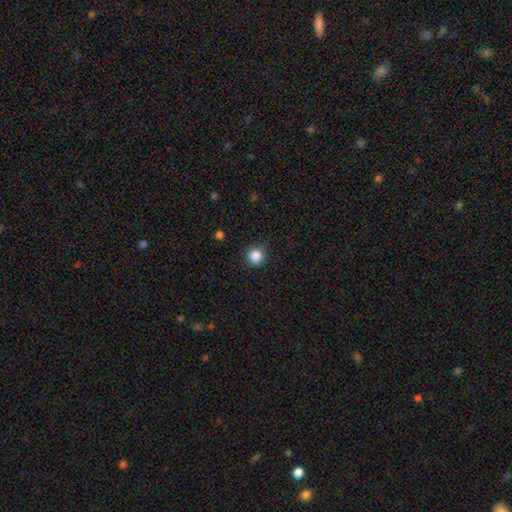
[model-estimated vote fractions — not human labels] This is clearly a smooth galaxy (85%). How rounded: clearly round (94%). Merging: clearly none (89%).